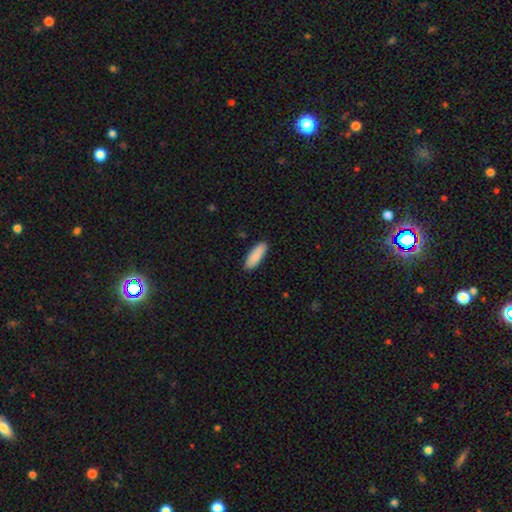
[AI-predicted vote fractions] Overall: smooth (90%). How rounded: in between (61%; cigar-shaped 38%). Merging: none (89%).